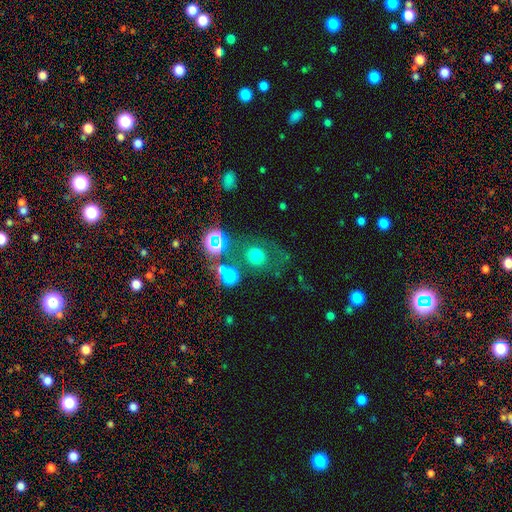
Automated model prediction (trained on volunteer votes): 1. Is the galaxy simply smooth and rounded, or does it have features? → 65% smooth, 23% star or artifact, 12% featured or disk.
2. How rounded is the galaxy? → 75% round, 23% in between, 1% cigar-shaped.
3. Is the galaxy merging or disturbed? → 61% none, 15% minor disturbance, 13% major disturbance, 11% merger.